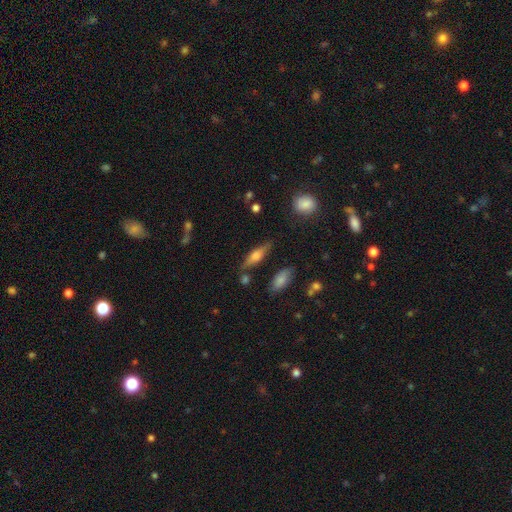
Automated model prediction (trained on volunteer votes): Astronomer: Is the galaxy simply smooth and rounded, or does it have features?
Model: featured or disk — 51% (runner-up: smooth, 41%).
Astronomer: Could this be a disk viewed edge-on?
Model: yes — 92%.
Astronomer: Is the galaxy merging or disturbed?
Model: none — 77%.